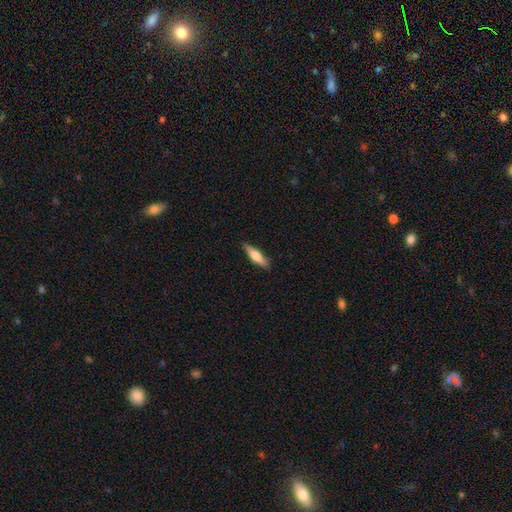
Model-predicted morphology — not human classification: smooth 62%, featured or disk 32%, star or artifact 6%. Down the decision tree: how rounded — cigar-shaped (71%); merging — none (84%).